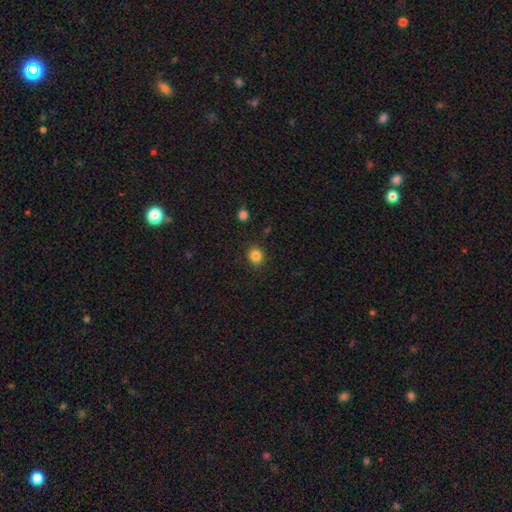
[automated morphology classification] Overall: smooth (84%). How rounded: round (85%). Merging: none (88%).